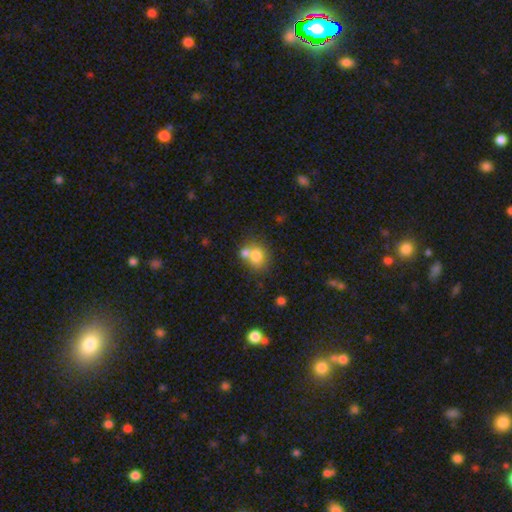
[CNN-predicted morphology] Smooth or featured: smooth — 73% (featured or disk — 16%)
How rounded: round — 68% (in between — 31%)
Merging: merger — 46% (none — 39%)